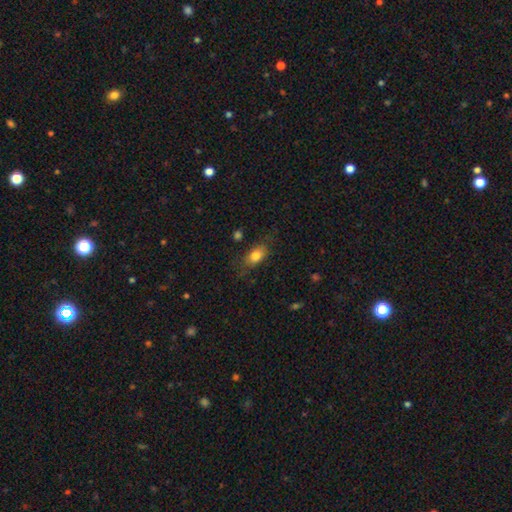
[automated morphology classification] smooth 78%, featured or disk 14%, star or artifact 8%. Down the decision tree: how rounded — in between (81%); merging — none (69%).